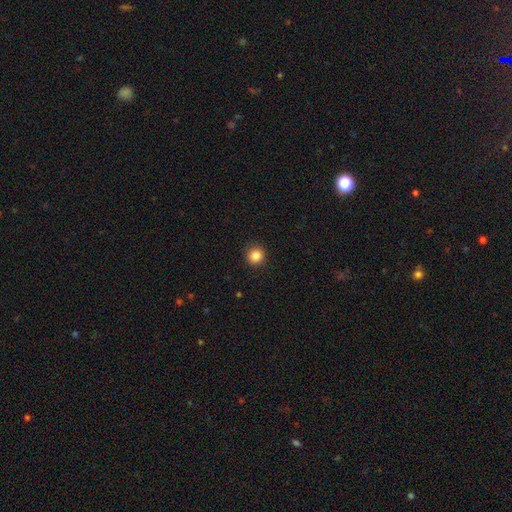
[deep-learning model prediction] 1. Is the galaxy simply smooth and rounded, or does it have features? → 85% smooth, 11% star or artifact, 4% featured or disk.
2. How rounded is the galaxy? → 94% round, 5% in between, 1% cigar-shaped.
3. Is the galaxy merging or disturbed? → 92% none, 5% minor disturbance, 2% major disturbance, 1% merger.